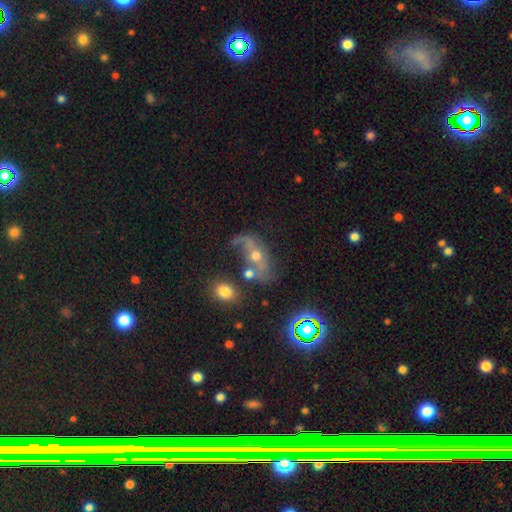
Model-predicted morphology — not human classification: type=featured or disk (56%); edge-on=no (87%); merging=none (34%).